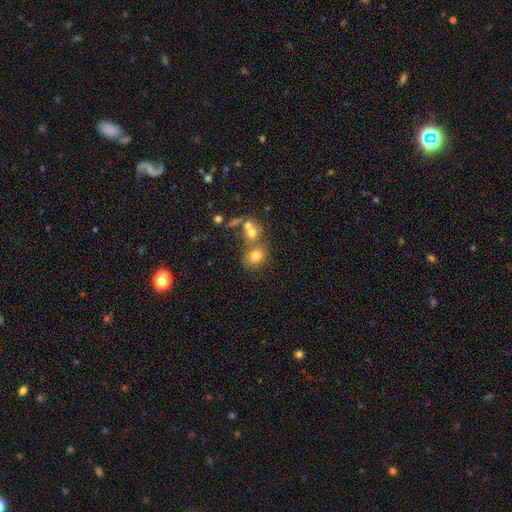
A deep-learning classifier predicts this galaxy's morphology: The model was most divided on "merging": none: 49%, merger: 36%, minor disturbance: 9%, major disturbance: 5%. More confident: smooth or featured — smooth (74%); how rounded — round (64%).